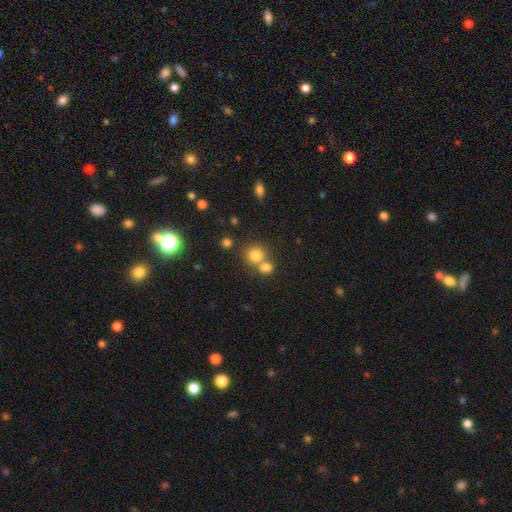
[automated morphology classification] type=smooth (78%); roundness=round (84%); merging=none (51%).